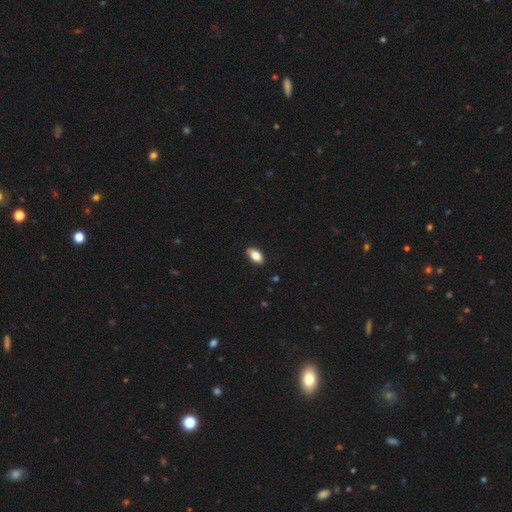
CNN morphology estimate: smooth 81%, featured or disk 12%, star or artifact 7%. Down the decision tree: how rounded — in between (90%); merging — none (85%).